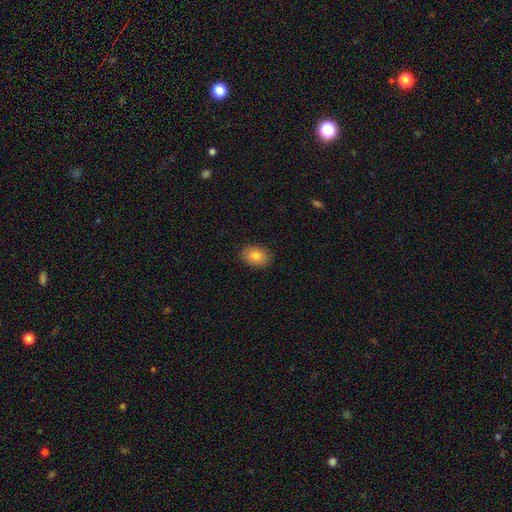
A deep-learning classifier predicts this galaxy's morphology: A smooth galaxy with no disk features (81%) that is in between round and cigar-shaped (71%). Merging: none (89%).